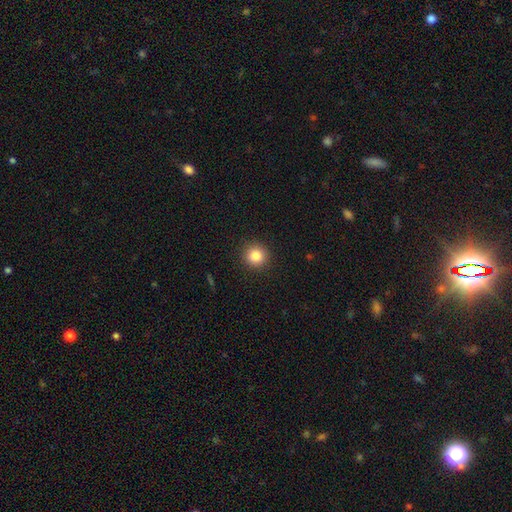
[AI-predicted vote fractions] Overall: smooth (84%). How rounded: round (94%). Merging: none (92%).